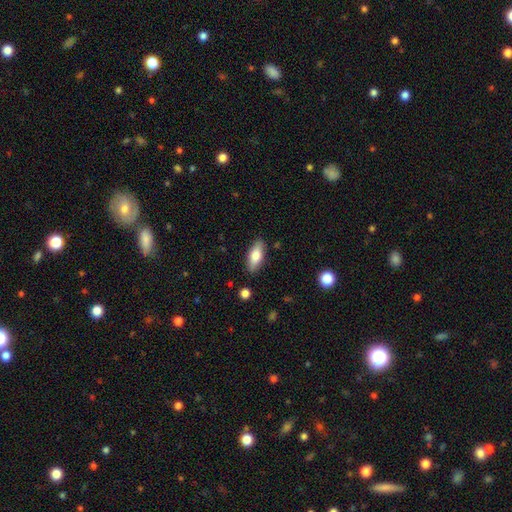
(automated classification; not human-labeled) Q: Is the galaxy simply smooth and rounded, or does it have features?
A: smooth — 74%.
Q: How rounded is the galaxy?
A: in between — 77%.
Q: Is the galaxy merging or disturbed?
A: none — 87%.